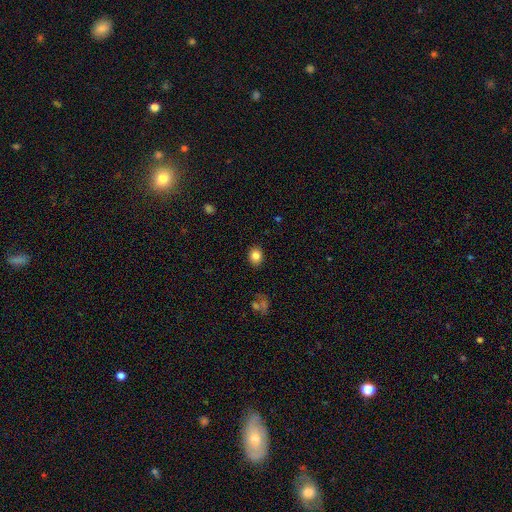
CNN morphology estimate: Smooth or featured?
  - smooth: 84% *
  - star or artifact: 10%
  - featured or disk: 6%
How rounded?
  - round: 59% *
  - in between: 40%
  - cigar-shaped: 1%
Merging?
  - none: 88% *
  - minor disturbance: 8%
  - major disturbance: 2%
  - merger: 1%